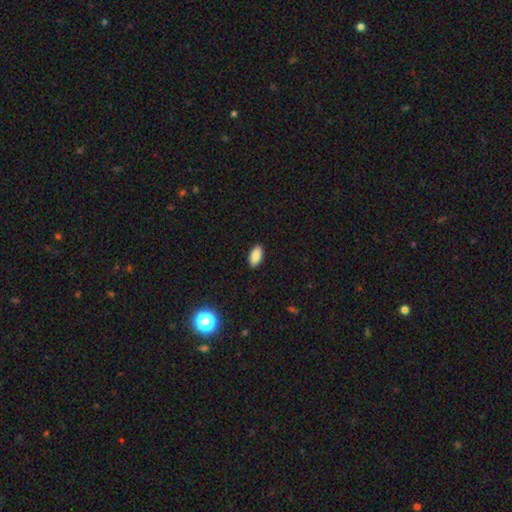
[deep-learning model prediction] Smooth or featured? Predicted: smooth (p=0.89). How rounded? Predicted: in between (p=0.91). Merging? Predicted: none (p=0.89).